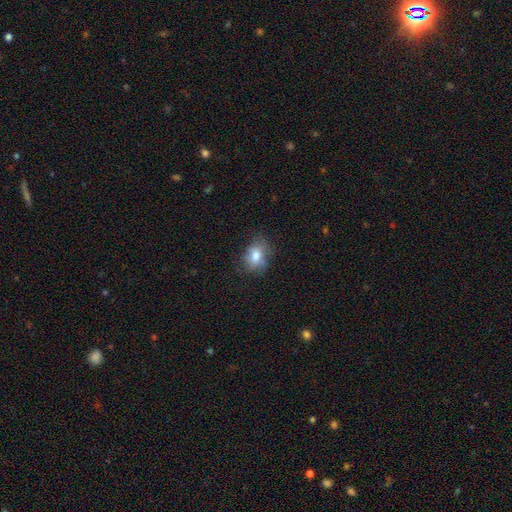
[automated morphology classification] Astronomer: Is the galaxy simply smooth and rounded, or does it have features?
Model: smooth — 77%.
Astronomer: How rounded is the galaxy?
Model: in between — 64%.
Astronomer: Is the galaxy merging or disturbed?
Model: none — 62%.